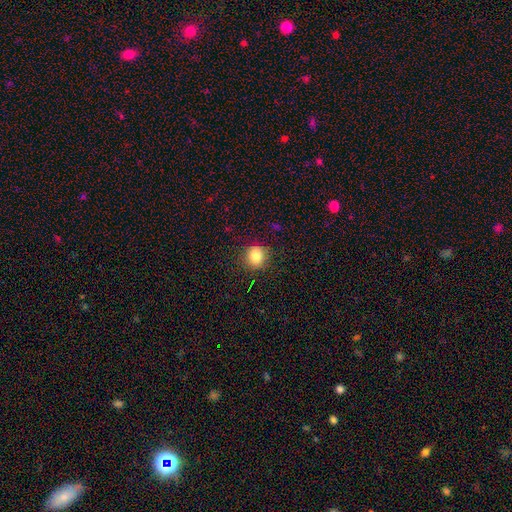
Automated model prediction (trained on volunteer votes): Smooth or featured?
  - smooth: 83% *
  - star or artifact: 11%
  - featured or disk: 6%
How rounded?
  - round: 87% *
  - in between: 12%
  - cigar-shaped: 1%
Merging?
  - none: 88% *
  - minor disturbance: 9%
  - major disturbance: 3%
  - merger: 1%